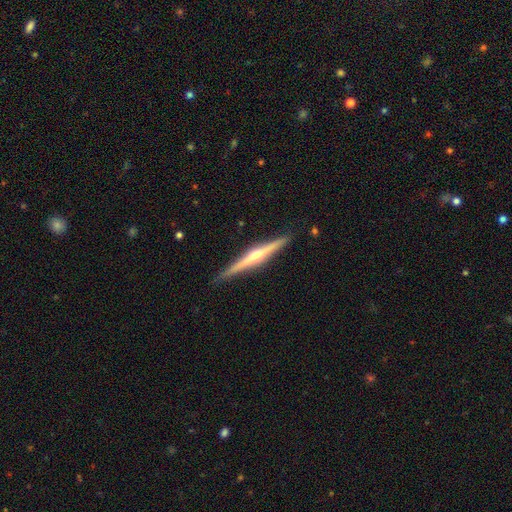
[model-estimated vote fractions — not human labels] Smooth or featured?
  - featured or disk: 79% *
  - smooth: 16%
  - star or artifact: 5%
Edge-on disk?
  - yes: 98% *
  - no: 2%
Edge-on bulge?
  - rounded: 86% *
  - none: 8%
  - boxy: 5%
Merging?
  - none: 90% *
  - minor disturbance: 7%
  - major disturbance: 1%
  - merger: 1%